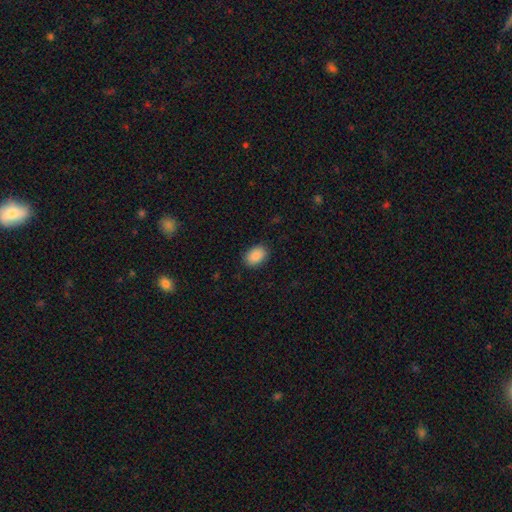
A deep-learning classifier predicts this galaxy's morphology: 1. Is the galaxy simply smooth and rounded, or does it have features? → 90% smooth, 7% star or artifact, 3% featured or disk.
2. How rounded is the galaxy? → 79% in between, 20% round, 1% cigar-shaped.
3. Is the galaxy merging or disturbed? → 87% none, 10% minor disturbance, 3% major disturbance, 1% merger.